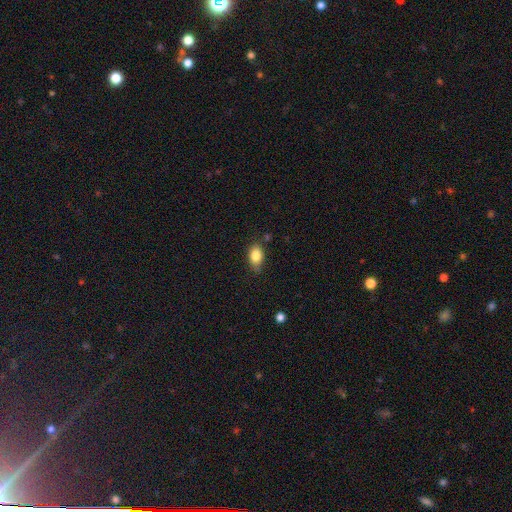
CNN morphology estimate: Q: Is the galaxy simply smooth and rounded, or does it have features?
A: smooth — 84%.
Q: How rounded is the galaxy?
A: in between — 84%.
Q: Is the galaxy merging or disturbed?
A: none — 70%.